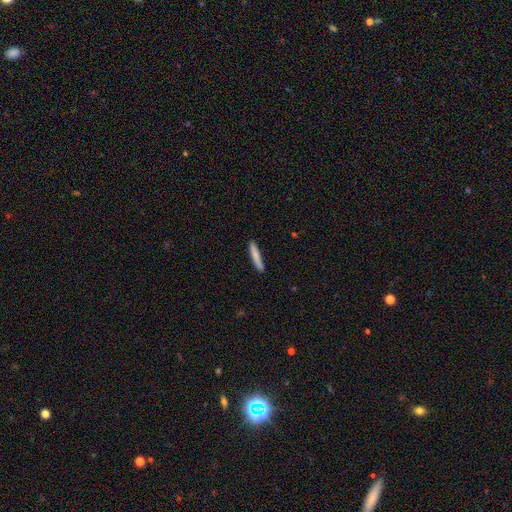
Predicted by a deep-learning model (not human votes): Morphology: type=smooth (80%); roundness=cigar-shaped (94%); merging=none (89%).